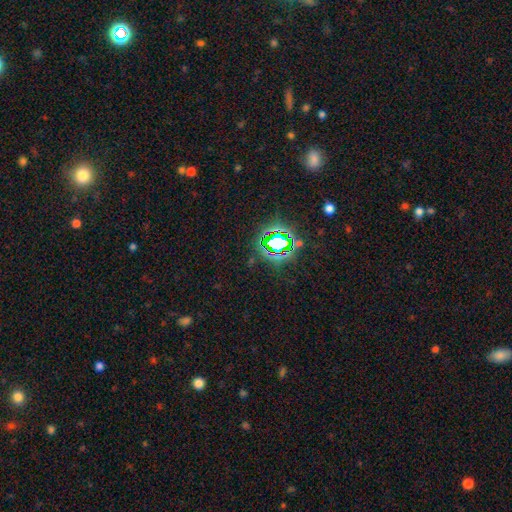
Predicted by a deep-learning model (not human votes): star or artifact 79%, smooth 13%, featured or disk 8%.